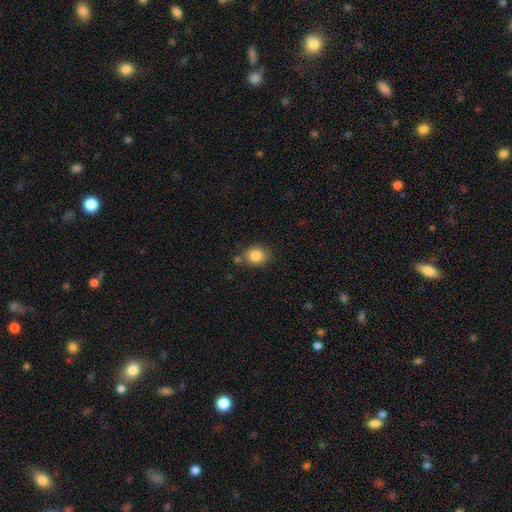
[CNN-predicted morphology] Smooth or featured?
  - smooth: 84% *
  - star or artifact: 9%
  - featured or disk: 7%
How rounded?
  - round: 58% *
  - in between: 41%
  - cigar-shaped: 1%
Merging?
  - none: 76% *
  - minor disturbance: 14%
  - merger: 7%
  - major disturbance: 3%